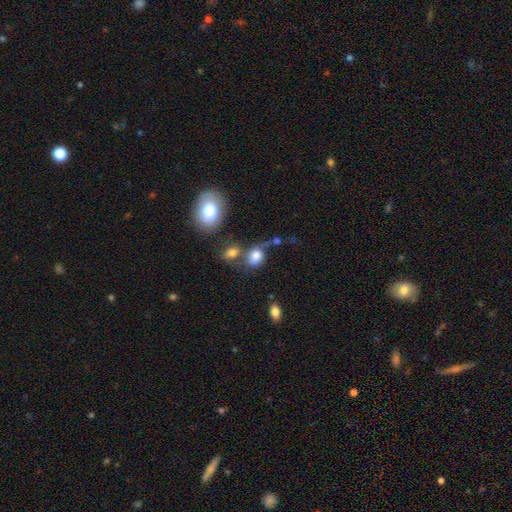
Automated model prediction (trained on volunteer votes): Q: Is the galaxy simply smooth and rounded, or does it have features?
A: smooth — 79%.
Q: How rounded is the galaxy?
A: in between — 60%.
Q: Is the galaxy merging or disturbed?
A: none — 39%.